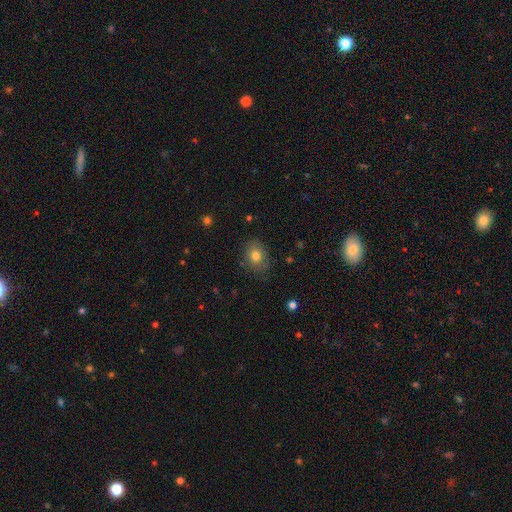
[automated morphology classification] This is likely a smooth galaxy (77%). How rounded: possibly in between (51%). Merging: likely none (78%).